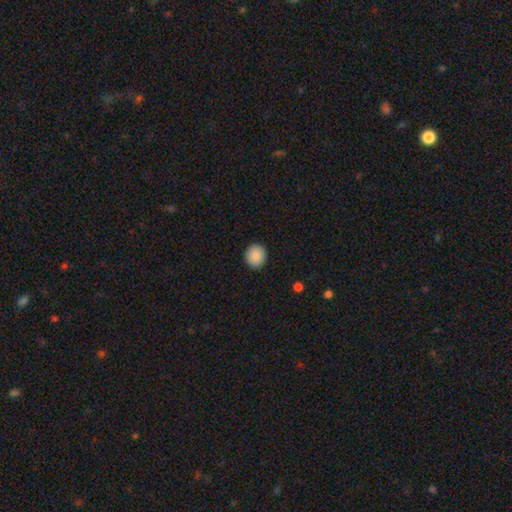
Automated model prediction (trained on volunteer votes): smooth-or-featured: smooth: 89% | star or artifact: 8% | featured or disk: 4%
  how-rounded: round: 82% | in between: 17% | cigar-shaped: 1%
  merging: none: 92% | minor disturbance: 6% | major disturbance: 2% | merger: 1%